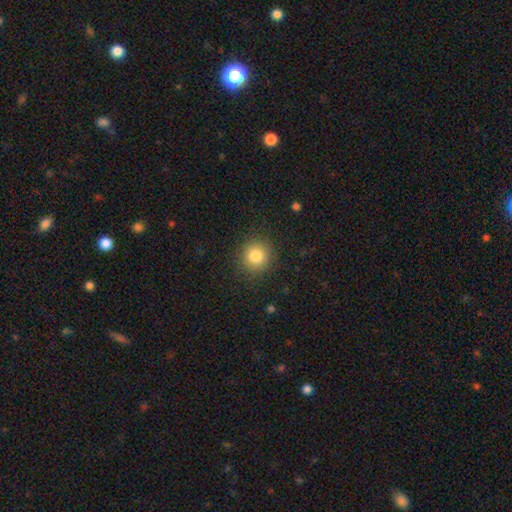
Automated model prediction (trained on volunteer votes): Overall: smooth (83%). How rounded: round (91%). Merging: none (89%).